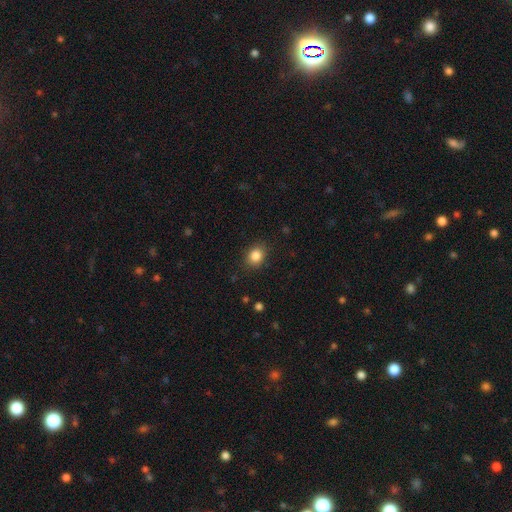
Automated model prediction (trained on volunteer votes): Morphology: type=smooth (85%); roundness=round (58%); merging=none (86%).